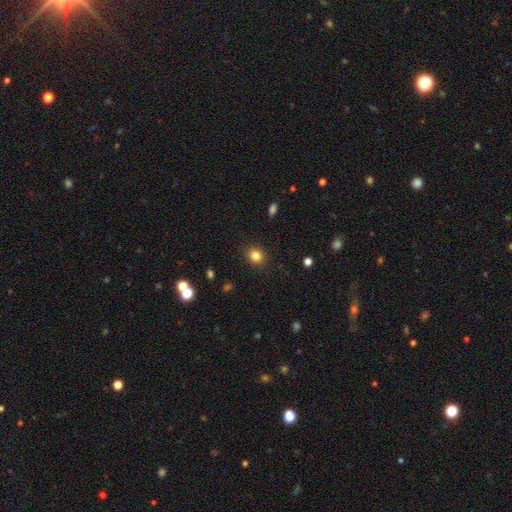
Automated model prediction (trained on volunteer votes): A smooth galaxy with no disk features (83%) that is round (72%). Merging: none (90%).